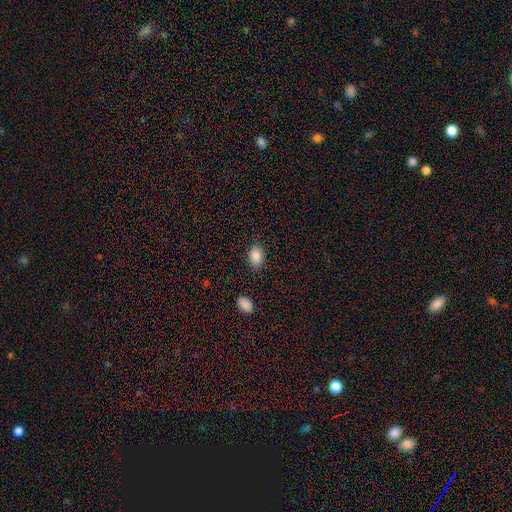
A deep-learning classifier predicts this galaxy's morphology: Overall: smooth (88%). How rounded: in between (80%). Merging: none (83%).